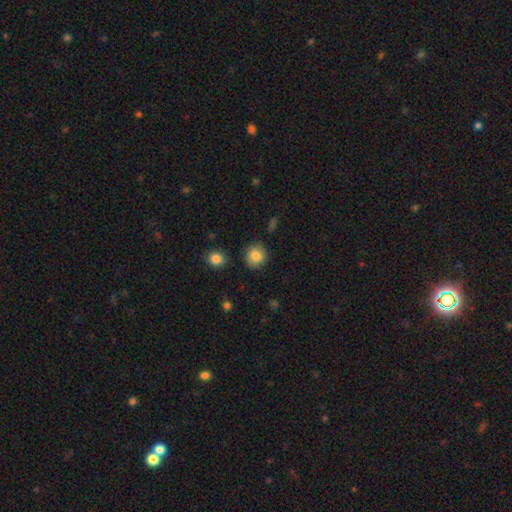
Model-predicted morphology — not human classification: Smooth or featured?
  - smooth: 82% *
  - featured or disk: 9%
  - star or artifact: 9%
How rounded?
  - round: 86% *
  - in between: 13%
  - cigar-shaped: 1%
Merging?
  - none: 85% *
  - minor disturbance: 11%
  - major disturbance: 3%
  - merger: 2%